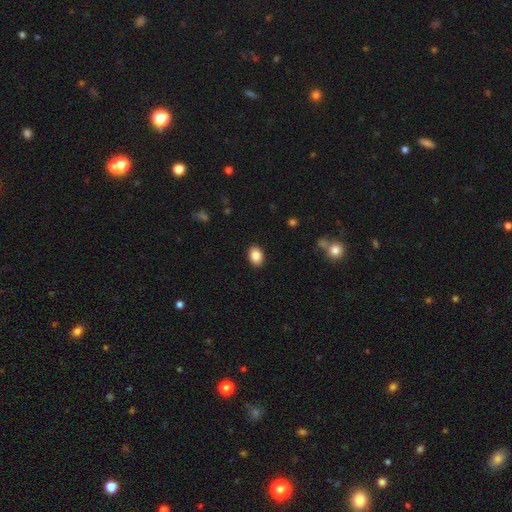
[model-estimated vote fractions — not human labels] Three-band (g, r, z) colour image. It shows a smooth galaxy with no disk features (87%) that is in between round and cigar-shaped (77%). Merging: none (90%).